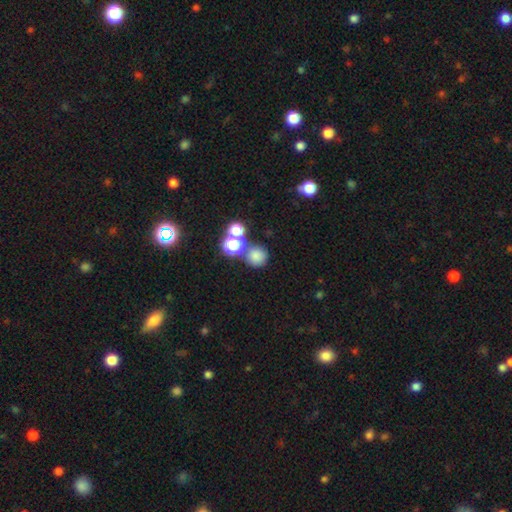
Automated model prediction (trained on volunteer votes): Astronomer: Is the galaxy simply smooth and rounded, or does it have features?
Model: smooth — 75%.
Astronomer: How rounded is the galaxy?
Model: round — 90%.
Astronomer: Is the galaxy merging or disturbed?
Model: none — 62%.